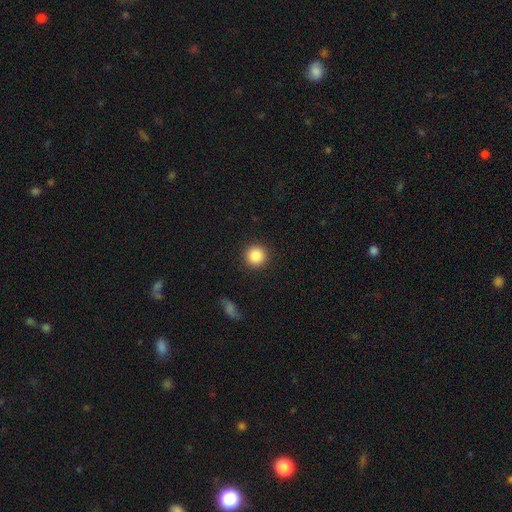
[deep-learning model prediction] A smooth galaxy with no disk features (86%) that is round (94%).

Vote fractions:
- Smooth or featured? smooth: 86% / star or artifact: 9% / featured or disk: 5%
- How rounded? round: 94% / in between: 5% / cigar-shaped: 1%
- Merging? none: 91% / minor disturbance: 6% / major disturbance: 2% / merger: 1%